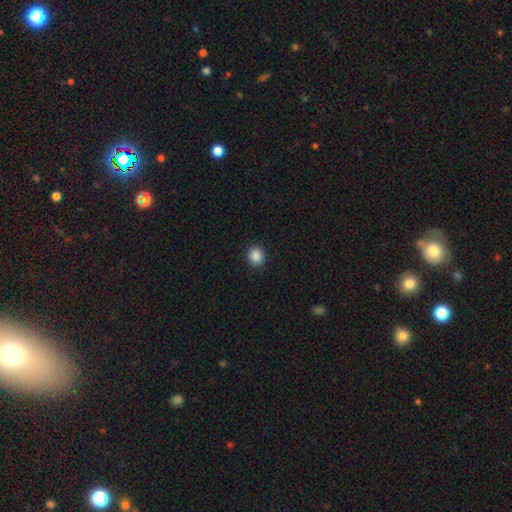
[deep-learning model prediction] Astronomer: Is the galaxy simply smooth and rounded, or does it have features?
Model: smooth — 88%.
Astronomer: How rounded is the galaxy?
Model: round — 77%.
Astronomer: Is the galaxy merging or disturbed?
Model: none — 91%.